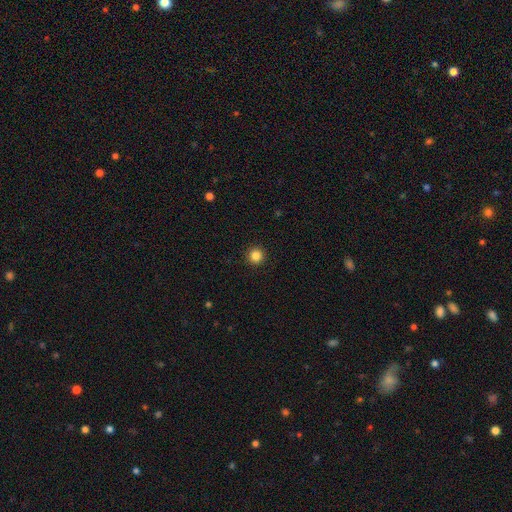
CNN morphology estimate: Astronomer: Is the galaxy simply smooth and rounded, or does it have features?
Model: smooth — 85%.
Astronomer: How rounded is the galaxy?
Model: round — 96%.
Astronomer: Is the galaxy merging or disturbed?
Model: none — 93%.